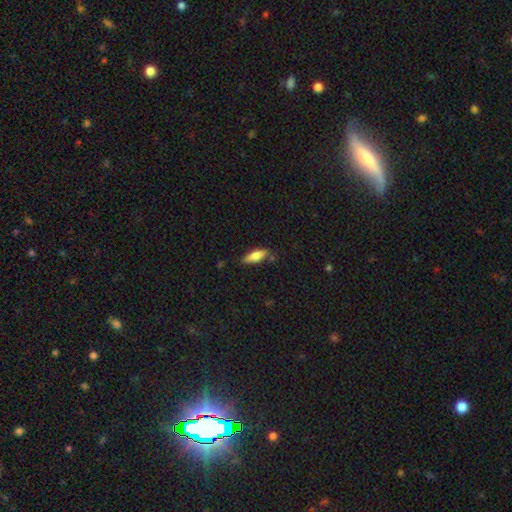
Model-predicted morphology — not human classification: type=smooth (69%); roundness=in between (50%); merging=none (79%).